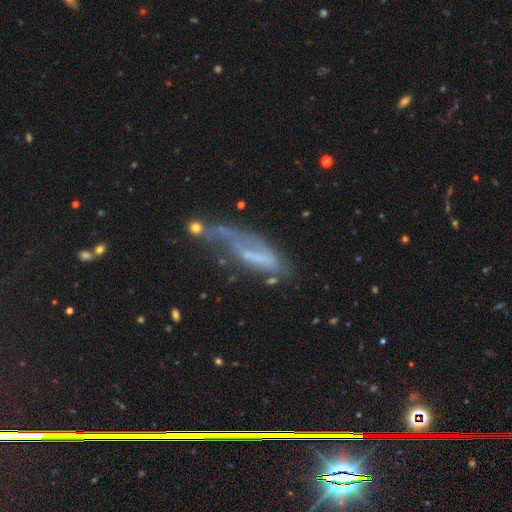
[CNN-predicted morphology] Q: Smooth or featured?
A: featured or disk (56%); runner-up: smooth (33%)
Q: Edge-on disk?
A: no (72%); runner-up: yes (28%)
Q: Merging?
A: major disturbance (37%); runner-up: none (25%)